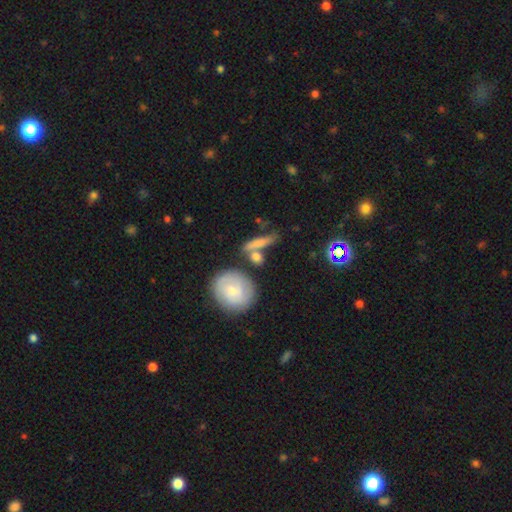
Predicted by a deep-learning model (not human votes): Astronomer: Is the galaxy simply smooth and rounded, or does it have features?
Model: featured or disk — 44% (runner-up: smooth, 43%).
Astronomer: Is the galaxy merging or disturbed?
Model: none — 69%.